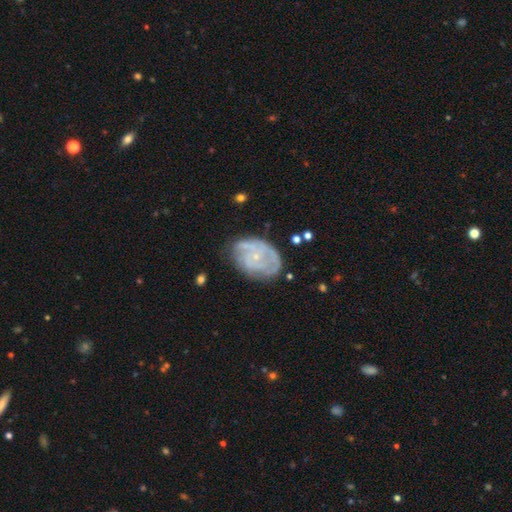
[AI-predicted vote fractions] Smooth or featured: featured or disk — 72% (smooth — 21%)
Edge-on disk: no — 97% (yes — 3%)
Bar: no — 78% (weak — 19%)
Spiral arms: yes — 77% (no — 23%)
Spiral winding: tight — 57% (medium — 31%)
Spiral arm count: can't tell — 47% (2 — 23%)
Bulge size: small — 80% (moderate — 14%)
Merging: none — 59% (minor disturbance — 27%)